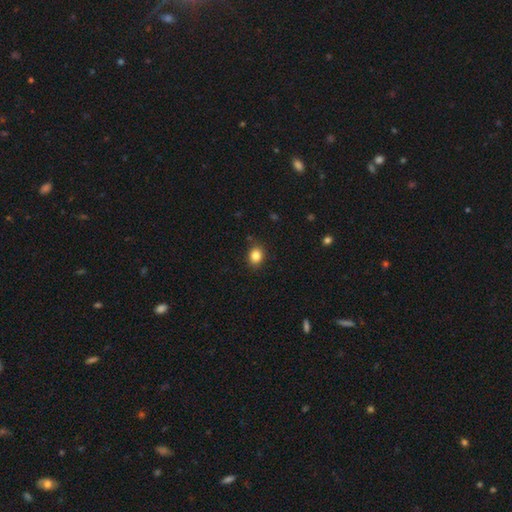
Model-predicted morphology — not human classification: Overall: smooth (85%). How rounded: round (55%; in between 44%). Merging: none (87%).